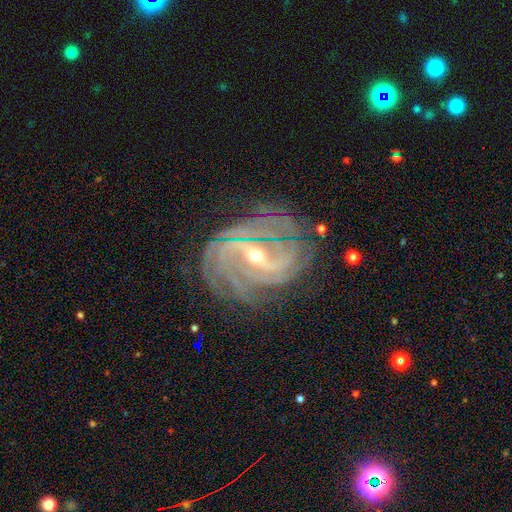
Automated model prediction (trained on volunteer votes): Smooth or featured: featured or disk — 89% (star or artifact — 7%)
Edge-on disk: no — 96% (yes — 4%)
Bar: strong — 55% (weak — 34%)
Spiral arms: yes — 98% (no — 2%)
Spiral winding: tight — 62% (medium — 31%)
Spiral arm count: 4 — 23% (can't tell — 20%)
Bulge size: small — 55% (moderate — 42%)
Merging: none — 77% (minor disturbance — 15%)